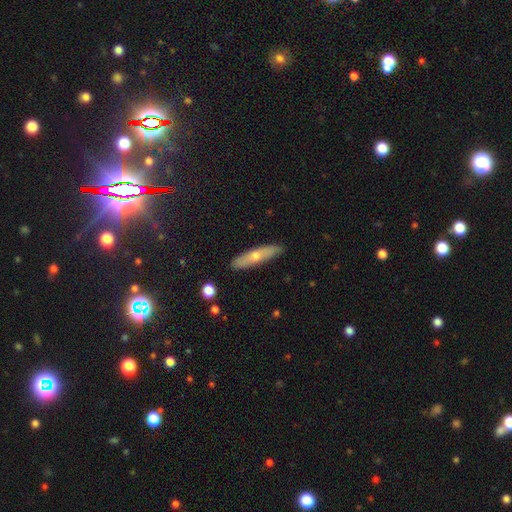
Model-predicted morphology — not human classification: Overall: smooth (51%; featured or disk 42%). How rounded: cigar-shaped (79%). Merging: none (89%).